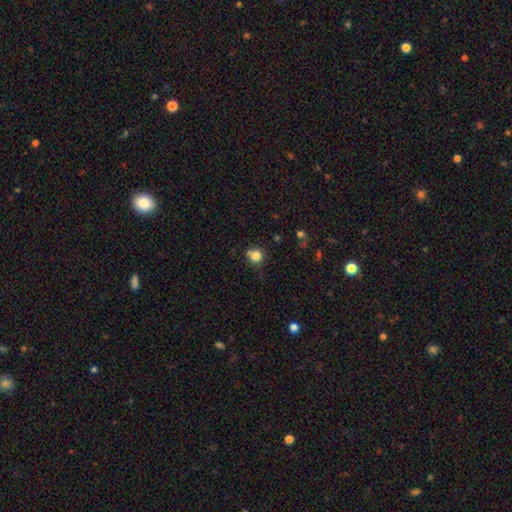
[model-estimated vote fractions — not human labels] This is clearly a smooth galaxy (81%). How rounded: clearly round (88%). Merging: likely none (66%).